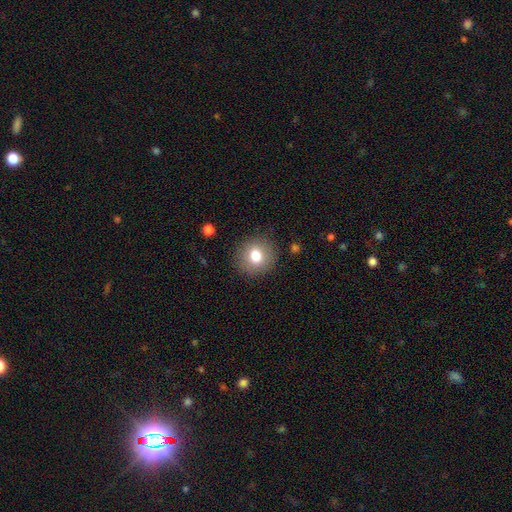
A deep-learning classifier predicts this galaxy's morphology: smooth 78%, featured or disk 12%, star or artifact 10%. Down the decision tree: how rounded — round (87%); merging — none (88%).